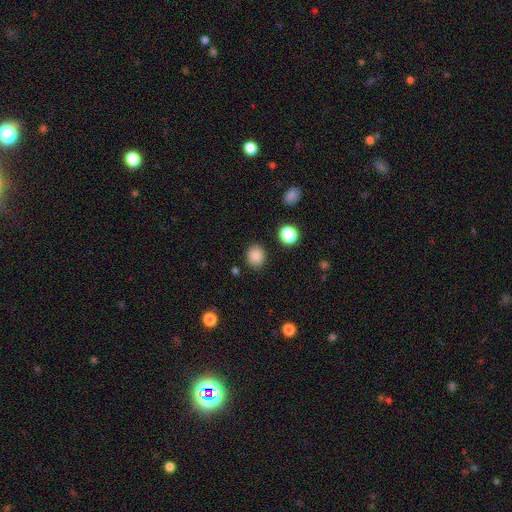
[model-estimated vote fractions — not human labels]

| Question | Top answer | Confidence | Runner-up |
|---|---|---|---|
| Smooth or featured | smooth | 85% | star or artifact (11%) |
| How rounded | round | 74% | in between (25%) |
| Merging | none | 87% | minor disturbance (8%) |